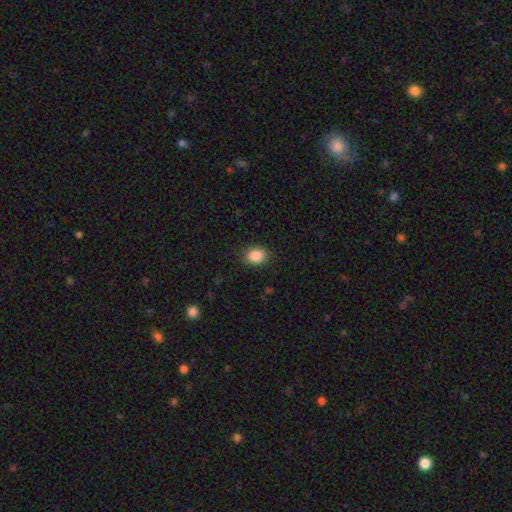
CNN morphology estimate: Q: Smooth or featured?
A: smooth (88%); runner-up: star or artifact (8%)
Q: How rounded?
A: in between (62%); runner-up: round (37%)
Q: Merging?
A: none (88%); runner-up: minor disturbance (9%)